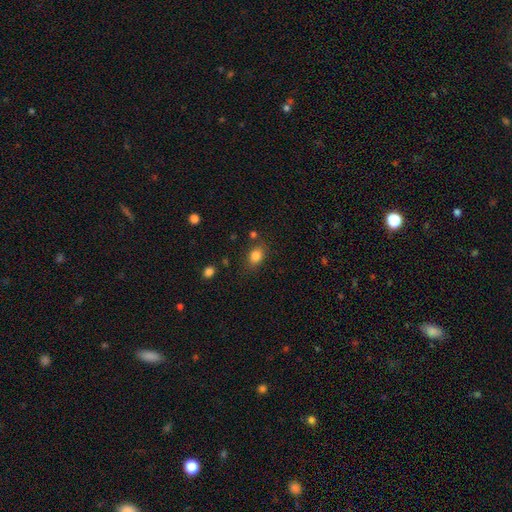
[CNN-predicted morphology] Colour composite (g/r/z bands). It shows a smooth galaxy with no disk features (83%) that is in between round and cigar-shaped (65%). Merging: none (78%).